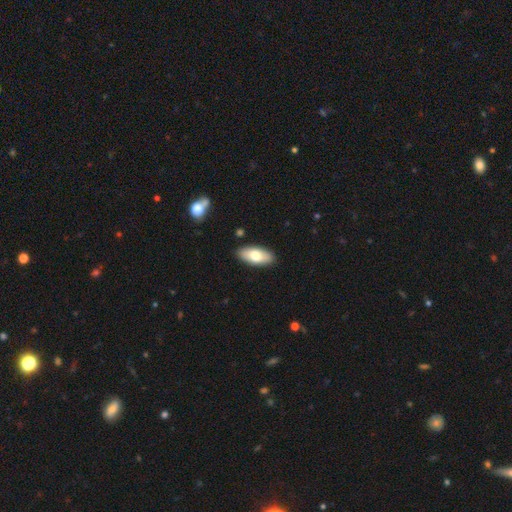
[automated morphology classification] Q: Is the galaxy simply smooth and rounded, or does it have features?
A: smooth — 73%.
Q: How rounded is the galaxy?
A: in between — 88%.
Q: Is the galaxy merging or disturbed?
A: none — 88%.